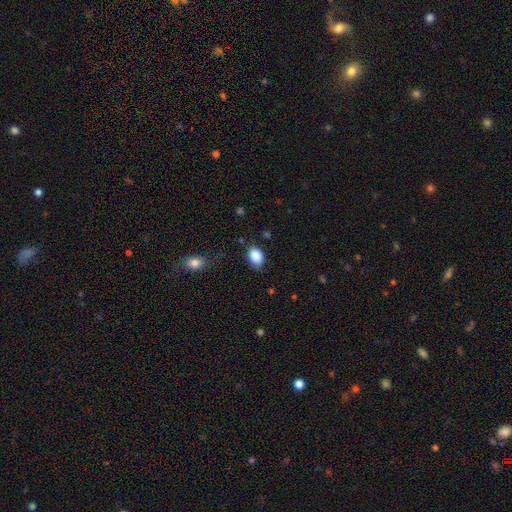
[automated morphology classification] type=smooth (88%); roundness=in between (80%); merging=none (69%).